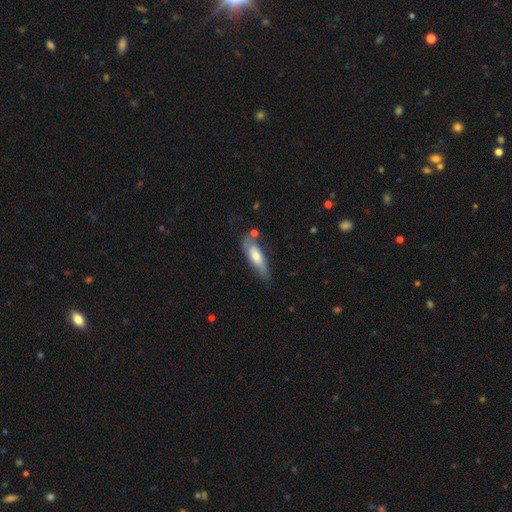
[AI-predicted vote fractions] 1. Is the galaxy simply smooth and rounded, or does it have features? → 55% smooth, 38% featured or disk, 7% star or artifact.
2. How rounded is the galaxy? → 52% cigar-shaped, 46% in between, 2% round.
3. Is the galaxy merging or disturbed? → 59% none, 26% minor disturbance, 8% major disturbance, 7% merger.